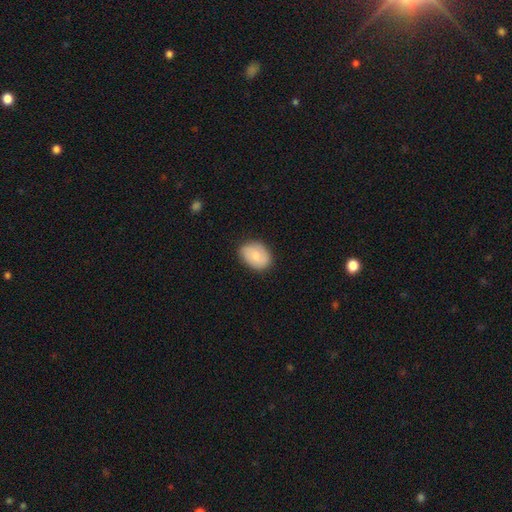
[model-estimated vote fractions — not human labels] This appears to be a smooth galaxy with no disk features (76%) that is in between round and cigar-shaped (72%). Merging: none (82%).